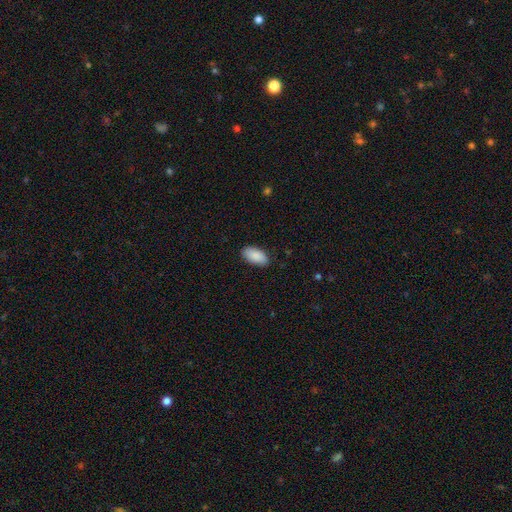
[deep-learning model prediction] Smooth or featured: smooth — 89% (star or artifact — 6%)
How rounded: in between — 94% (cigar-shaped — 3%)
Merging: none — 87% (minor disturbance — 10%)